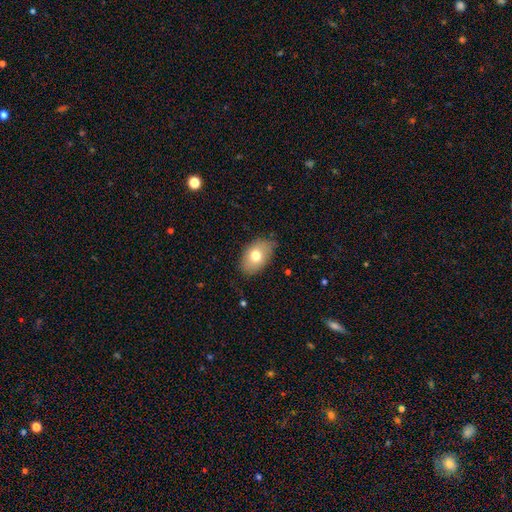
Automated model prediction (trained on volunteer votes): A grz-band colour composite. It shows a smooth galaxy with no disk features (73%) that is in between round and cigar-shaped (88%). Merging: none (78%).